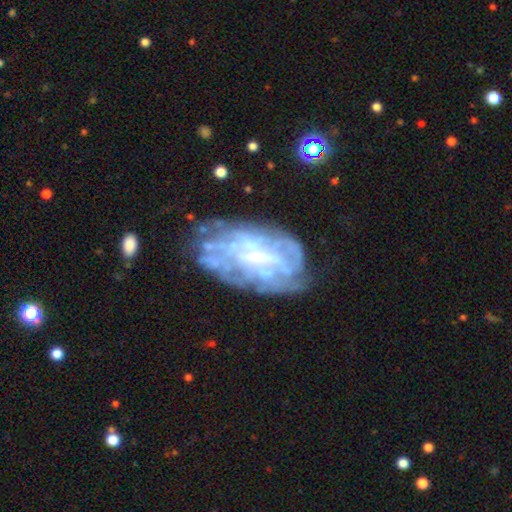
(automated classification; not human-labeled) smooth-or-featured: featured or disk: 75% | smooth: 16% | star or artifact: 9%
  disk-edge-on: no: 95% | yes: 5%
    bar: weak: 41% (tied) | no: 41% (tied) | strong: 18%
    has-spiral-arms: yes: 55% | no: 45%
    bulge-size: small: 50% | none: 24% | moderate: 22% | large: 3% | dominant: 1%
  merging: none: 55% | minor disturbance: 24% | major disturbance: 17% | merger: 5%